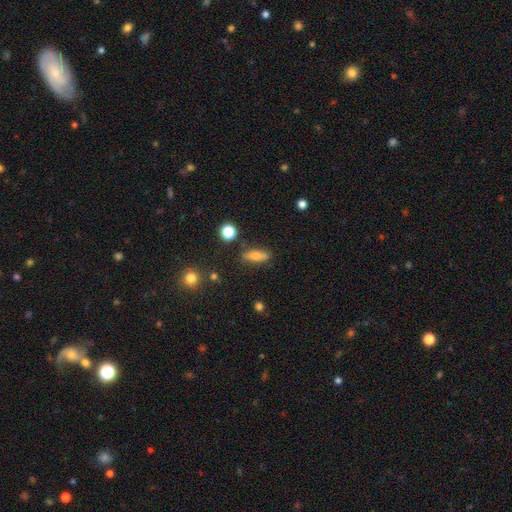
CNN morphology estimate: smooth-or-featured: smooth: 65% | featured or disk: 25% | star or artifact: 10%
  how-rounded: in between: 54% | cigar-shaped: 40% | round: 6%
  merging: none: 82% | minor disturbance: 12% | merger: 3% | major disturbance: 3%